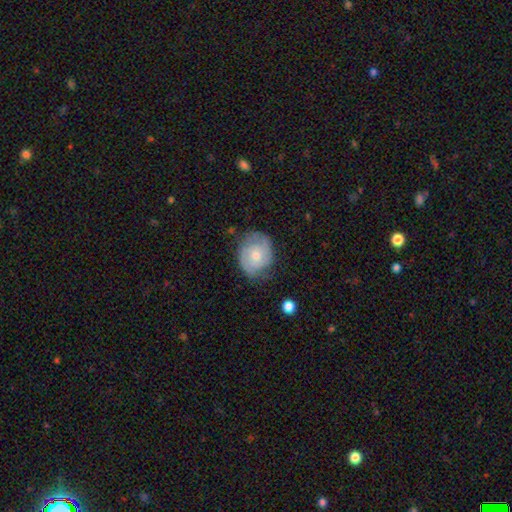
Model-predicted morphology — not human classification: featured or disk 56%, smooth 38%, star or artifact 6%. Down the decision tree: edge-on disk — no (97%); bar — no (73%); spiral arms — yes (83%); bulge size — moderate (48%); merging — none (60%).